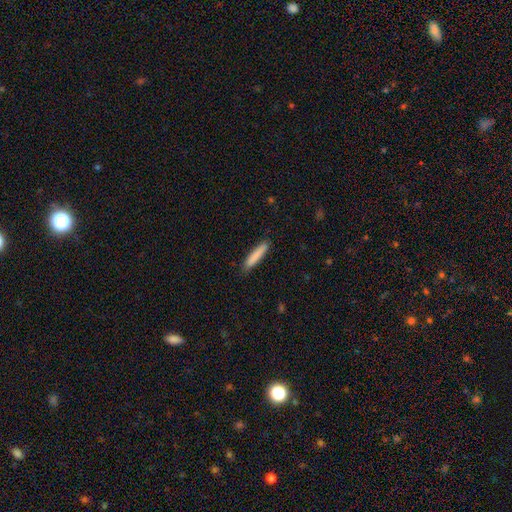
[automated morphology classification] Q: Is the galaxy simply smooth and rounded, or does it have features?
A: smooth — 84%.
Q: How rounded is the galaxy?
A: cigar-shaped — 90%.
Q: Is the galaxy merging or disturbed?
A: none — 88%.